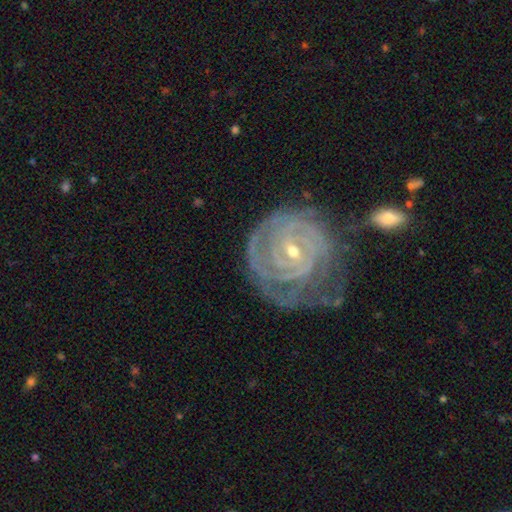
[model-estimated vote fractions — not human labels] Morphology: type=featured or disk (89%); edge-on=no (97%); bar=weak (43%); spiral arms=yes (97%); winding=tight (86%); arm count=can't tell (27%); bulge=small (63%); merging=none (57%).